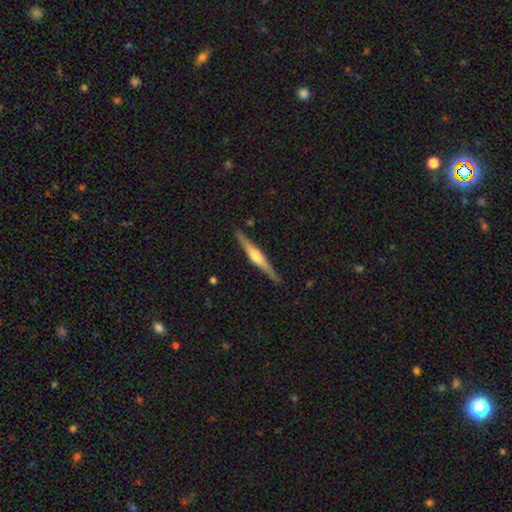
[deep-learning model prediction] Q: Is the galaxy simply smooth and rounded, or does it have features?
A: featured or disk — 73%.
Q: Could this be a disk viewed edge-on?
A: yes — 98%.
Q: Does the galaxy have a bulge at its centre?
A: rounded — 86%.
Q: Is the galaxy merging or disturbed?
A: none — 89%.